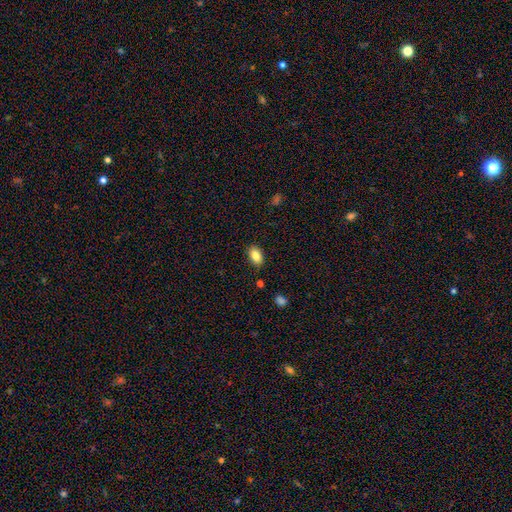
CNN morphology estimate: Q: Smooth or featured?
A: smooth (85%); runner-up: star or artifact (8%)
Q: How rounded?
A: in between (89%); runner-up: round (10%)
Q: Merging?
A: none (86%); runner-up: minor disturbance (10%)